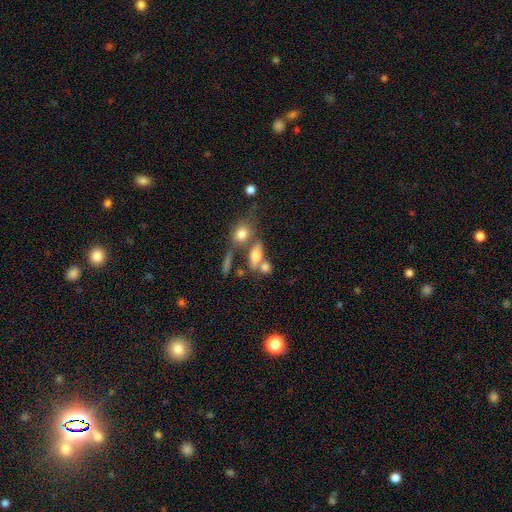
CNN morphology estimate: A smooth galaxy with no disk features (65%) that is in between round and cigar-shaped (66%). Merging: none (44%).